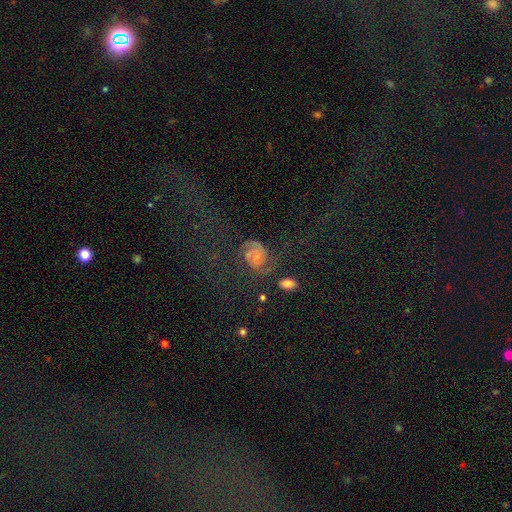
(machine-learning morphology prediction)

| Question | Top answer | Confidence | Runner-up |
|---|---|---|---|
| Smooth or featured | featured or disk | 66% | smooth (18%) |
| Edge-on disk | no | 98% | yes (2%) |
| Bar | no | 68% | weak (26%) |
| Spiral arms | yes | 93% | no (7%) |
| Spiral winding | medium | 46% | tight (37%) |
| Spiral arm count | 2 | 80% | can't tell (7%) |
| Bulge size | small | 63% | moderate (22%) |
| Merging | none | 59% | minor disturbance (19%) |